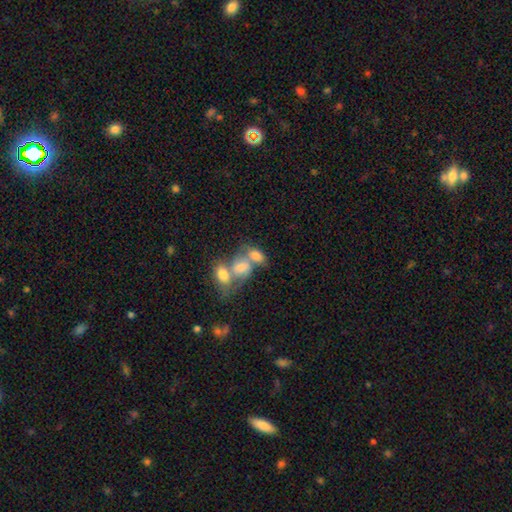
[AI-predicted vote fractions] Smooth or featured?
  - smooth: 73% *
  - featured or disk: 18%
  - star or artifact: 9%
How rounded?
  - in between: 81% *
  - round: 17%
  - cigar-shaped: 2%
Merging?
  - merger: 63% *
  - none: 22%
  - minor disturbance: 9%
  - major disturbance: 6%